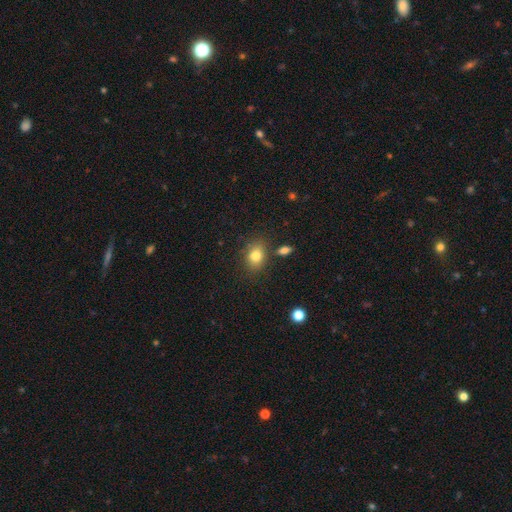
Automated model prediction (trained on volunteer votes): Q: Smooth or featured?
A: smooth (82%); runner-up: star or artifact (10%)
Q: How rounded?
A: in between (63%); runner-up: round (36%)
Q: Merging?
A: none (74%); runner-up: minor disturbance (14%)